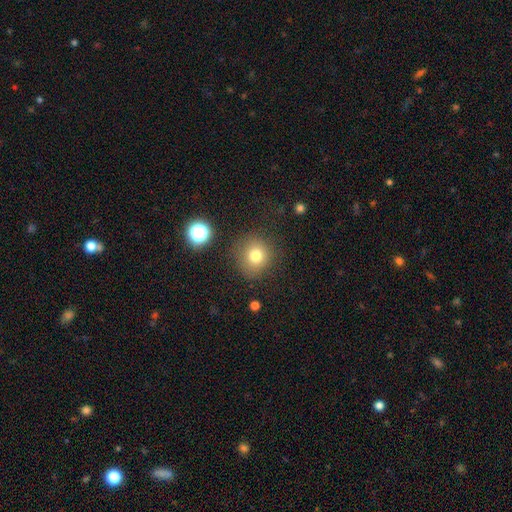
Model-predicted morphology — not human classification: Overall: smooth (77%). How rounded: round (89%). Merging: none (82%).